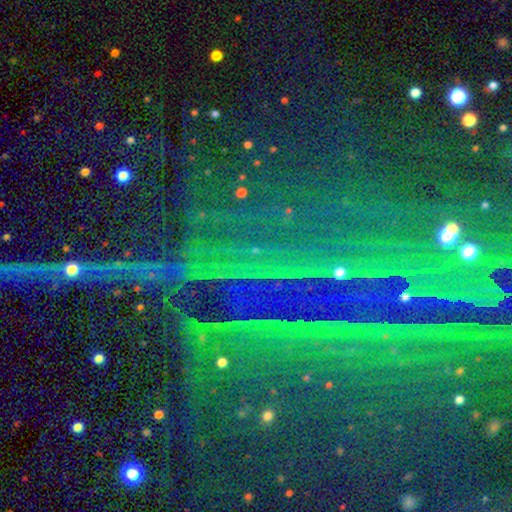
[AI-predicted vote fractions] This is clearly a star or artifact rather than a galaxy (88%).